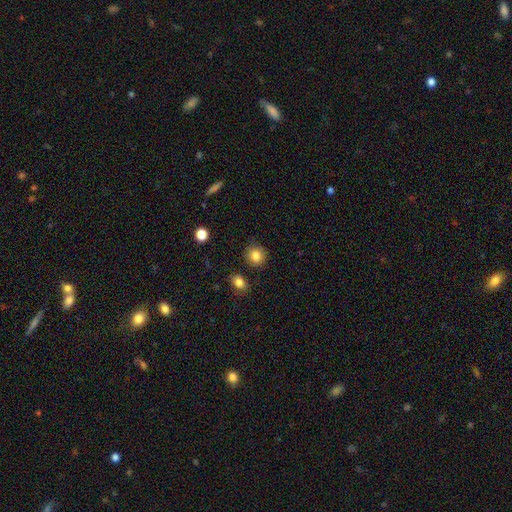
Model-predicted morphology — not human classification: Overall: smooth (85%). How rounded: round (87%). Merging: none (87%).